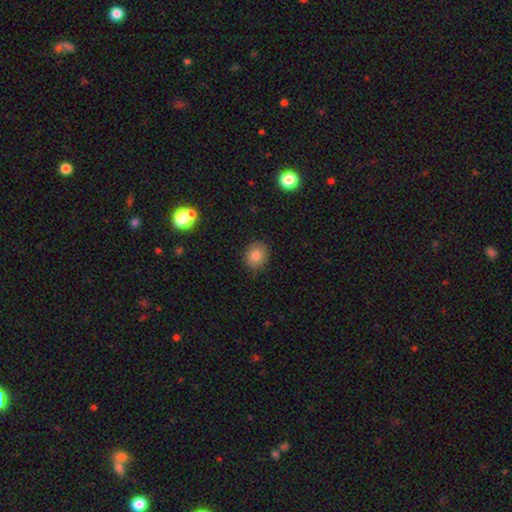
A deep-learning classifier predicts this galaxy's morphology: A smooth galaxy with no disk features (81%) that is round (75%).

Vote fractions:
- Smooth or featured? smooth: 81% / star or artifact: 11% / featured or disk: 8%
- How rounded? round: 75% / in between: 24% / cigar-shaped: 1%
- Merging? none: 86% / minor disturbance: 10% / major disturbance: 2% / merger: 1%